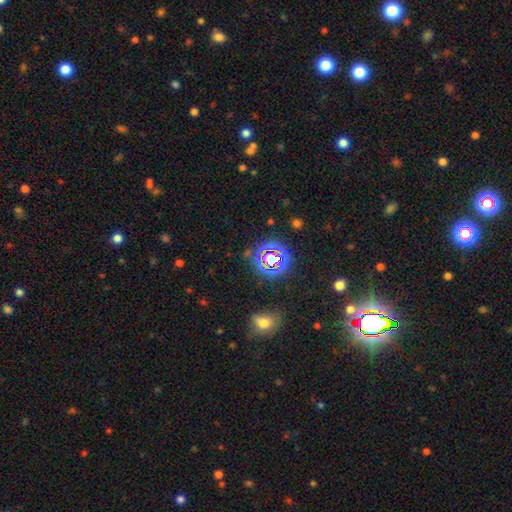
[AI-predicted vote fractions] A star or artifact, not a galaxy (71%).

Vote fractions:
- Smooth or featured? star or artifact: 71% / smooth: 20% / featured or disk: 9%